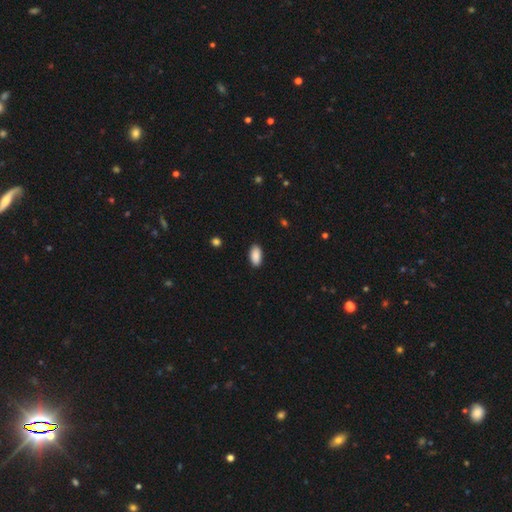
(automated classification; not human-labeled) Overall: smooth (90%). How rounded: in between (94%). Merging: none (89%).